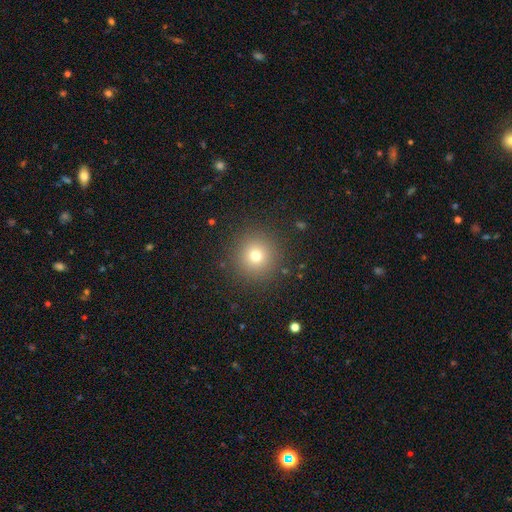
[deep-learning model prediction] Morphology: type=smooth (73%); roundness=round (95%); merging=none (90%).